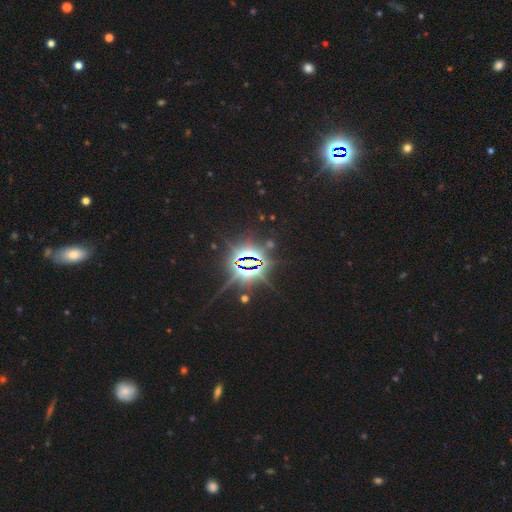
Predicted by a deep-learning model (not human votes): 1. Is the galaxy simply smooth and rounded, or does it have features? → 85% star or artifact, 9% smooth, 7% featured or disk.